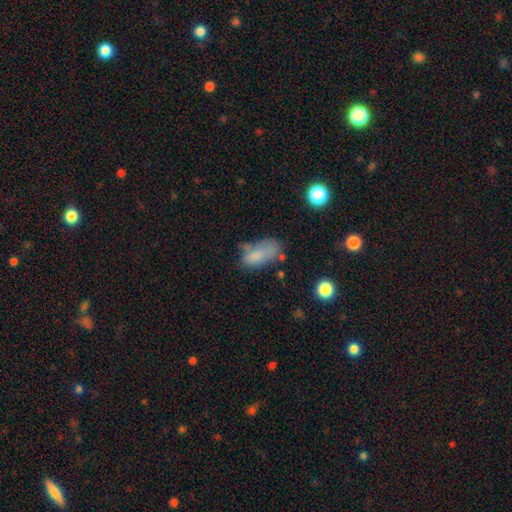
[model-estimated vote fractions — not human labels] smooth-or-featured: smooth: 75% | featured or disk: 15% | star or artifact: 9%
  how-rounded: in between: 91% | cigar-shaped: 6% | round: 4%
  merging: none: 36% | minor disturbance: 31% | major disturbance: 22% | merger: 11%